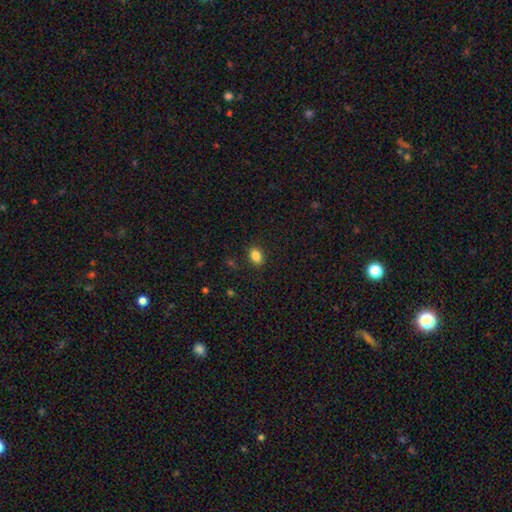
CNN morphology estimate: Smooth or featured? smooth (86%)
How rounded? in between (78%)
Merging? none (87%)